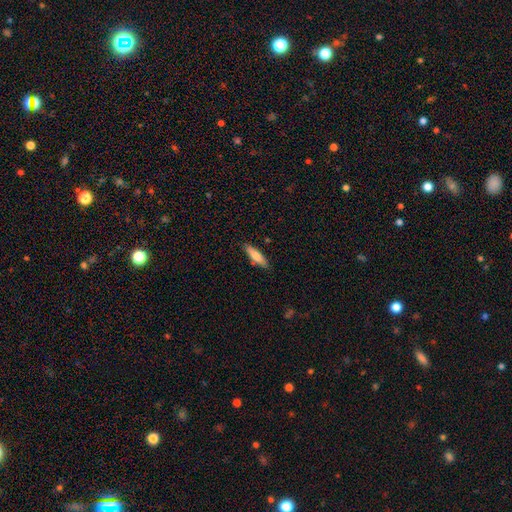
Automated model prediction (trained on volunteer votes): Smooth or featured?
  - smooth: 73% *
  - featured or disk: 21%
  - star or artifact: 6%
How rounded?
  - cigar-shaped: 66% *
  - in between: 33%
  - round: 2%
Merging?
  - none: 85% *
  - minor disturbance: 11%
  - major disturbance: 2%
  - merger: 2%